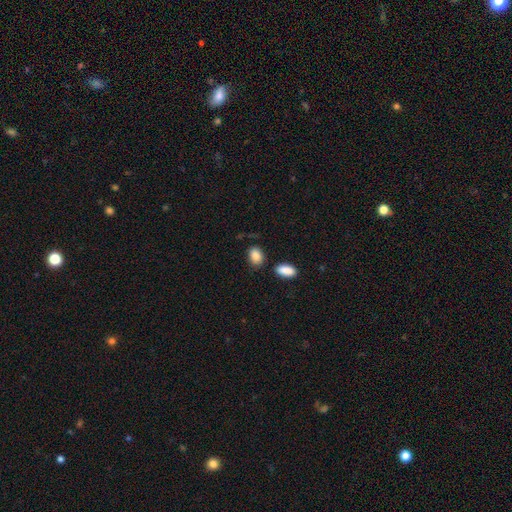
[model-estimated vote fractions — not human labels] smooth-or-featured: smooth: 88% | star or artifact: 8% | featured or disk: 5%
  how-rounded: in between: 81% | round: 17% | cigar-shaped: 2%
  merging: none: 71% | minor disturbance: 17% | merger: 8% | major disturbance: 4%